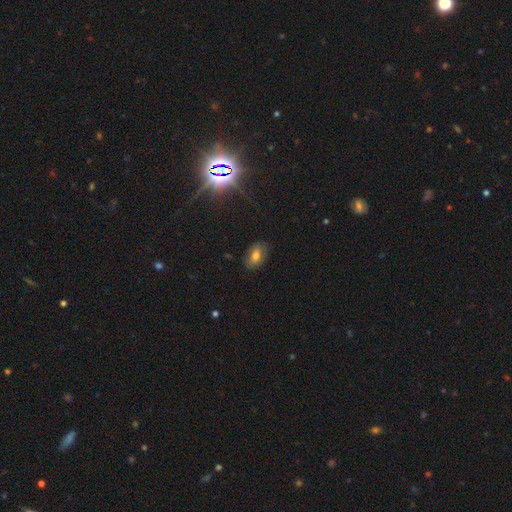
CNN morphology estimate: The model was most divided on "smooth or featured": smooth: 68%, featured or disk: 18%, star or artifact: 14%. More confident: how rounded — in between (88%); merging — none (80%).